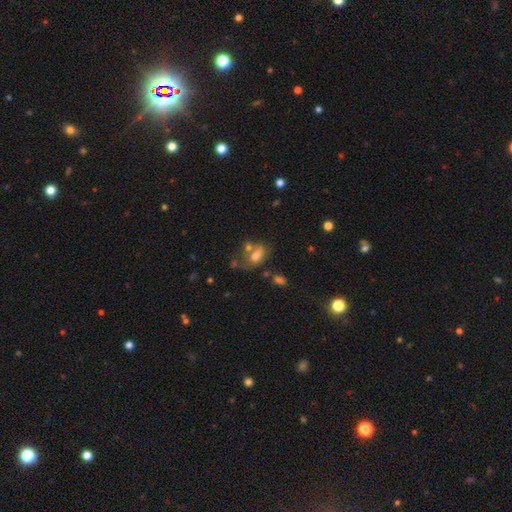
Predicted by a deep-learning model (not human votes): Q: Smooth or featured?
A: smooth (67%); runner-up: featured or disk (19%)
Q: How rounded?
A: in between (73%); runner-up: round (25%)
Q: Merging?
A: none (38%); runner-up: merger (31%)